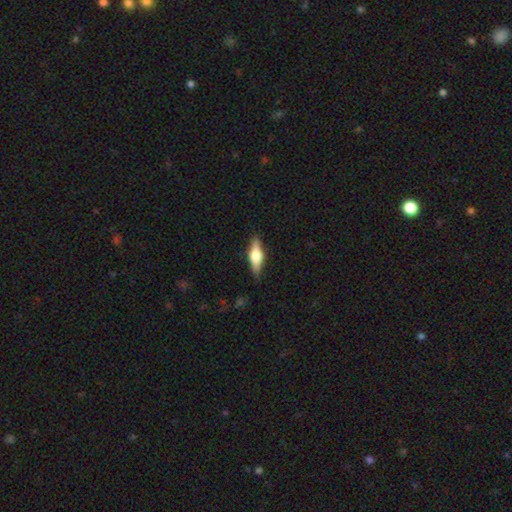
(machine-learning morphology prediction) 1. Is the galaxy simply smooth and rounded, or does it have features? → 53% featured or disk, 40% smooth, 6% star or artifact.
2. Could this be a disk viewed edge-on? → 95% yes, 5% no.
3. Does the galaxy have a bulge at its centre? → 90% rounded, 8% boxy, 2% none.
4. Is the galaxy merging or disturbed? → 87% none, 10% minor disturbance, 2% major disturbance, 1% merger.